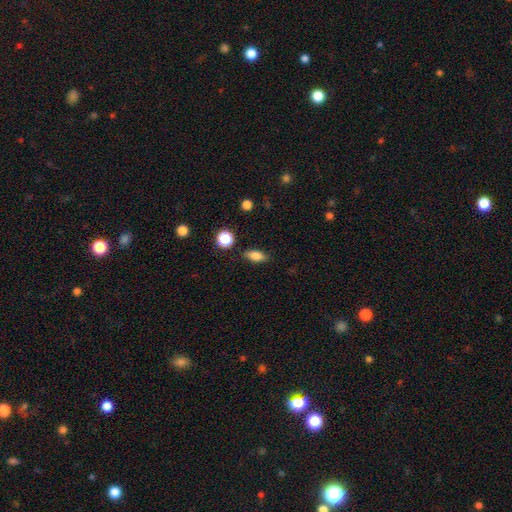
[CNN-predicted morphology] smooth 83%, star or artifact 10%, featured or disk 7%. Down the decision tree: how rounded — in between (81%); merging — none (85%).